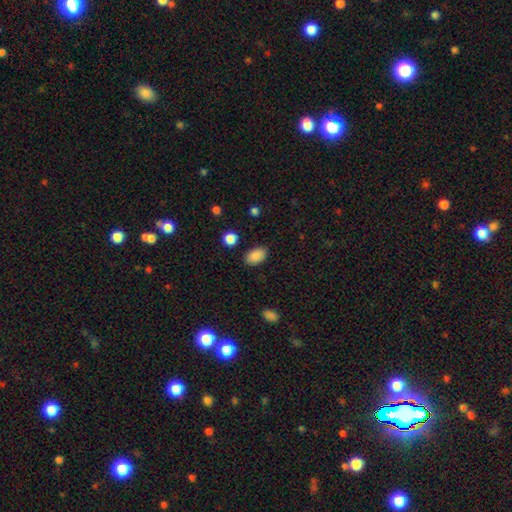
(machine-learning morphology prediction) type=smooth (88%); roundness=in between (90%); merging=none (85%).